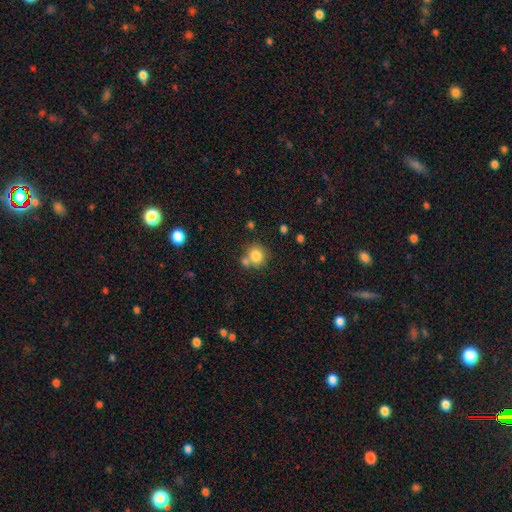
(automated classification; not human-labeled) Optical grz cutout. It shows a smooth galaxy with no disk features (82%) that is round (73%). Merging: none (57%).